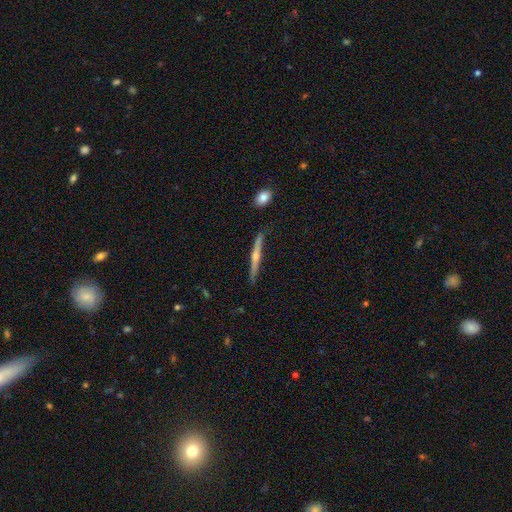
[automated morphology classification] smooth-or-featured: featured or disk: 70% | smooth: 20% | star or artifact: 9%
  disk-edge-on: yes: 95% | no: 5%
    edge-on-bulge: rounded: 79% | none: 14% | boxy: 7%
  merging: none: 81% | minor disturbance: 12% | merger: 4% | major disturbance: 3%